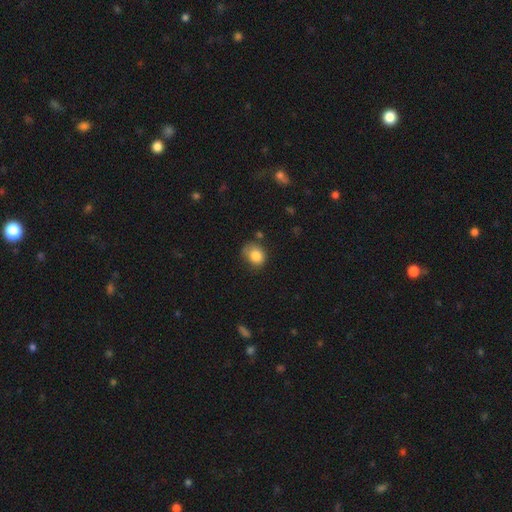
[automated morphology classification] This is clearly a smooth galaxy (83%). How rounded: possibly round (58%). Merging: possibly none (58%).